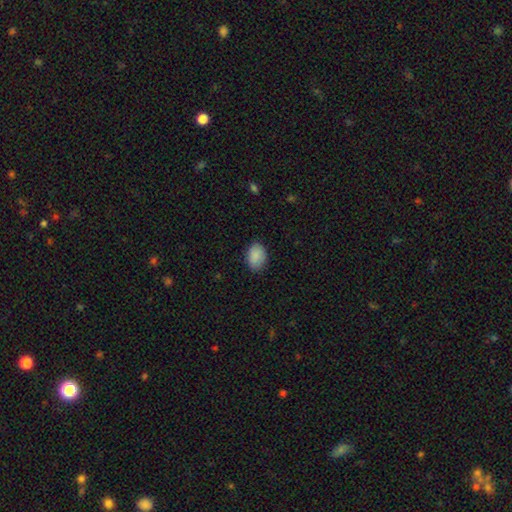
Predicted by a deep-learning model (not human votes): Smooth or featured?
  - smooth: 89% *
  - star or artifact: 7%
  - featured or disk: 4%
How rounded?
  - in between: 82% *
  - round: 17%
  - cigar-shaped: 1%
Merging?
  - none: 84% *
  - minor disturbance: 12%
  - major disturbance: 3%
  - merger: 1%